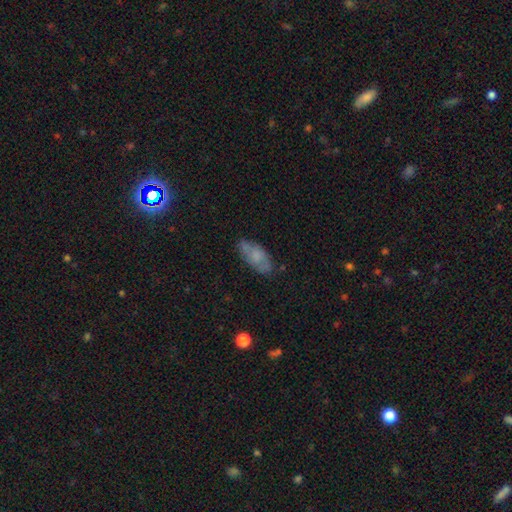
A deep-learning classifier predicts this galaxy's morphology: Smooth or featured? smooth (58%)
How rounded? in between (85%)
Merging? none (71%)